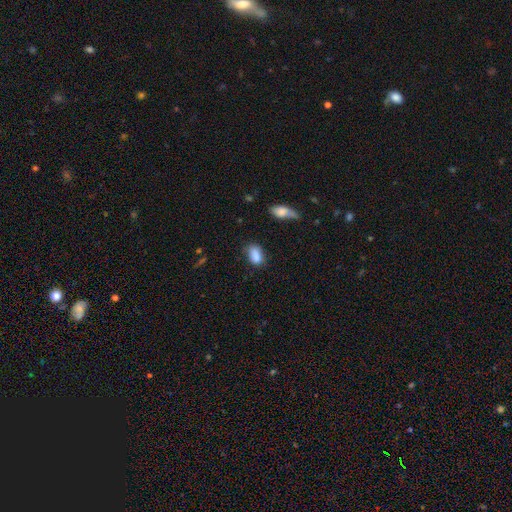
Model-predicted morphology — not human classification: A smooth galaxy with no disk features (82%) that is in between round and cigar-shaped (86%).

Vote fractions:
- Smooth or featured? smooth: 82% / star or artifact: 9% / featured or disk: 8%
- How rounded? in between: 86% / round: 10% / cigar-shaped: 4%
- Merging? none: 54% / minor disturbance: 29% / merger: 9% / major disturbance: 8%